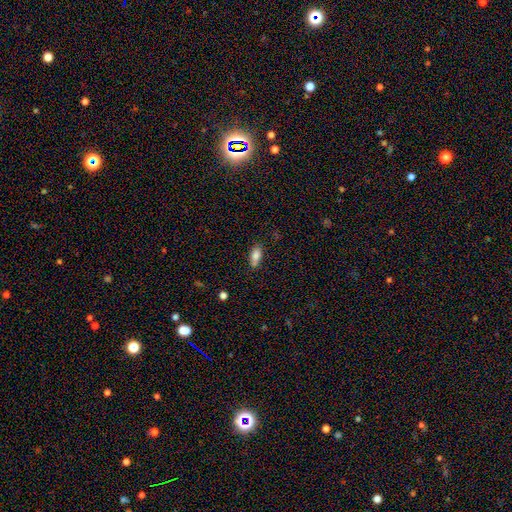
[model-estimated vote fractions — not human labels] A smooth galaxy with no disk features (82%) that is in between round and cigar-shaped (85%). Merging: none (64%).